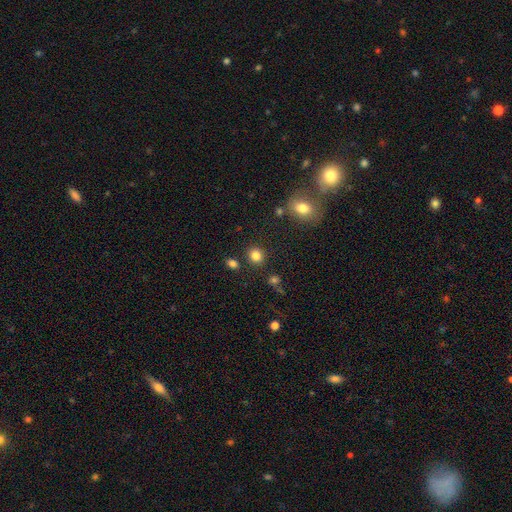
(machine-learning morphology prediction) Smooth or featured?
  - smooth: 82% *
  - star or artifact: 13%
  - featured or disk: 5%
How rounded?
  - round: 78% *
  - in between: 21%
  - cigar-shaped: 1%
Merging?
  - none: 85% *
  - minor disturbance: 8%
  - merger: 5%
  - major disturbance: 3%